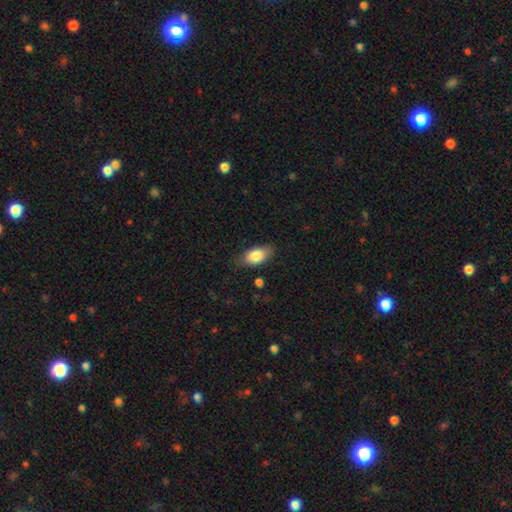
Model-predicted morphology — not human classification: Smooth or featured? smooth (84%)
How rounded? in between (91%)
Merging? none (76%)